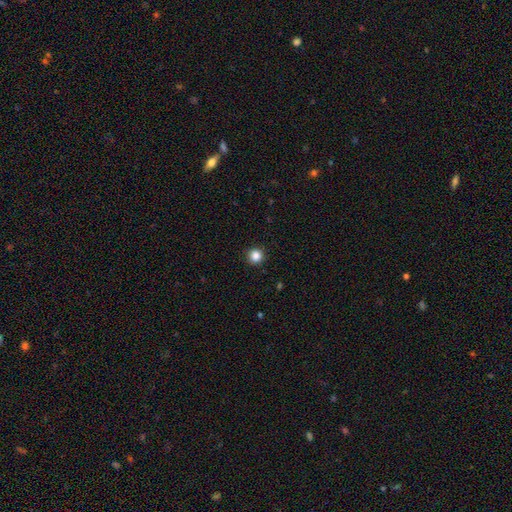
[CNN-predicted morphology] This is clearly a smooth galaxy (86%). How rounded: clearly round (95%). Merging: clearly none (93%).